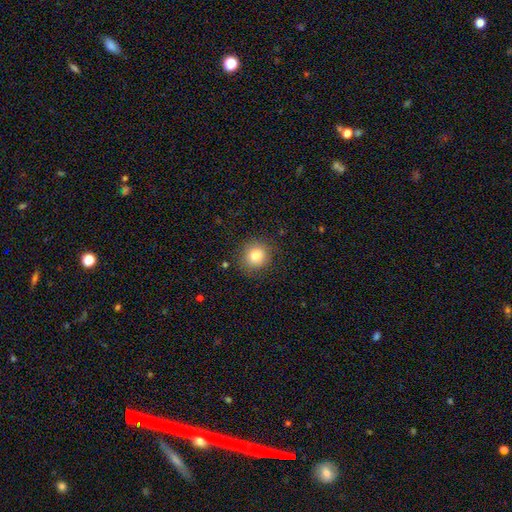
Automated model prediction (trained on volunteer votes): Q: Smooth or featured?
A: smooth (84%); runner-up: star or artifact (10%)
Q: How rounded?
A: round (83%); runner-up: in between (16%)
Q: Merging?
A: none (86%); runner-up: minor disturbance (10%)